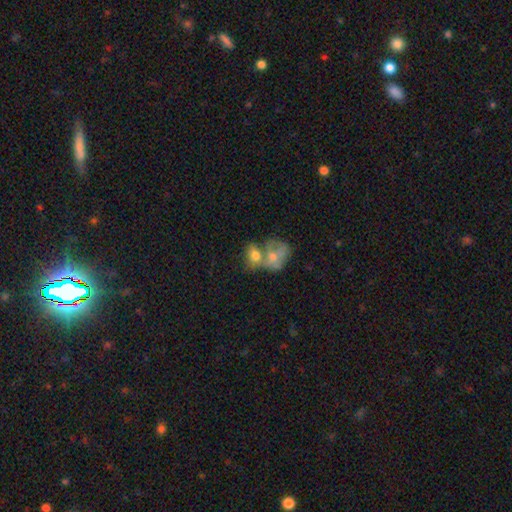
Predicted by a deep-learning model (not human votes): Smooth or featured? smooth (65%)
How rounded? in between (62%)
Merging? merger (65%)